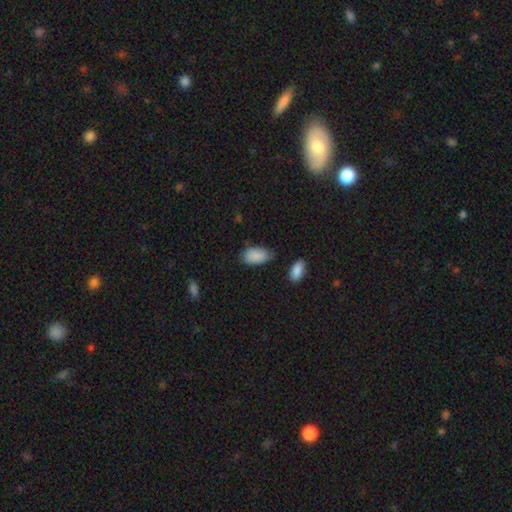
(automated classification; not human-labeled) Overall: smooth (87%). How rounded: in between (94%). Merging: none (64%; minor disturbance 26%).